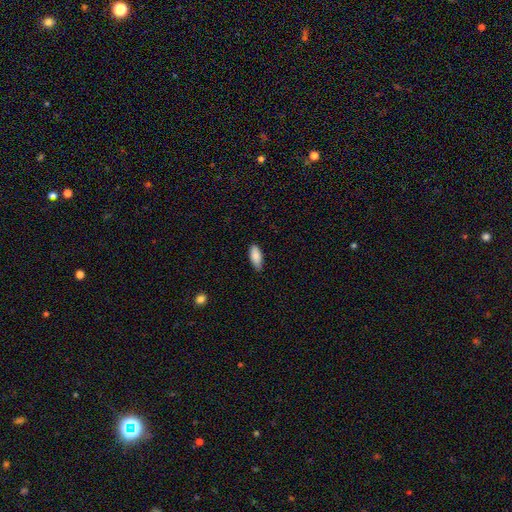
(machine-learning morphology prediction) A smooth galaxy with no disk features (87%) that is in between round and cigar-shaped (84%). Merging: none (77%).